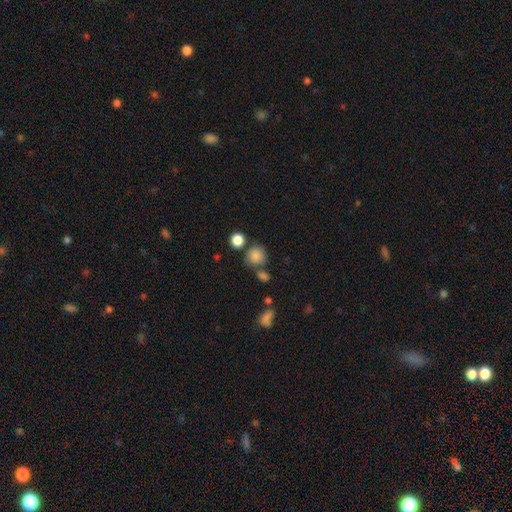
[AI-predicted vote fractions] A smooth galaxy with no disk features (84%) that is round (84%). Merging: none (63%).